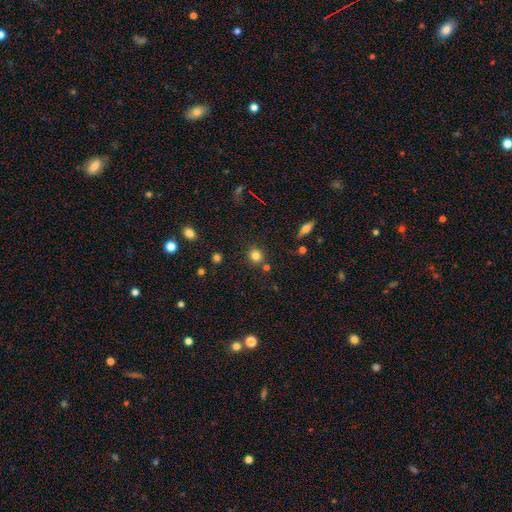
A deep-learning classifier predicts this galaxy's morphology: smooth 80%, star or artifact 13%, featured or disk 7%. Down the decision tree: how rounded — round (86%); merging — none (82%).